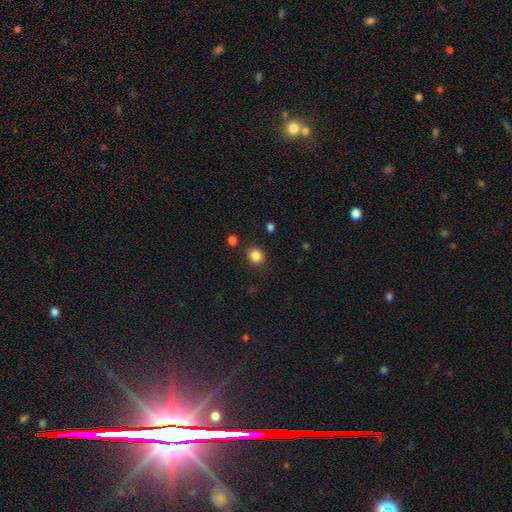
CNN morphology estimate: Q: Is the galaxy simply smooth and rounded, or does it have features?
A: smooth — 84%.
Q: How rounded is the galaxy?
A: round — 86%.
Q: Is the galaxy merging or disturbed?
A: none — 88%.